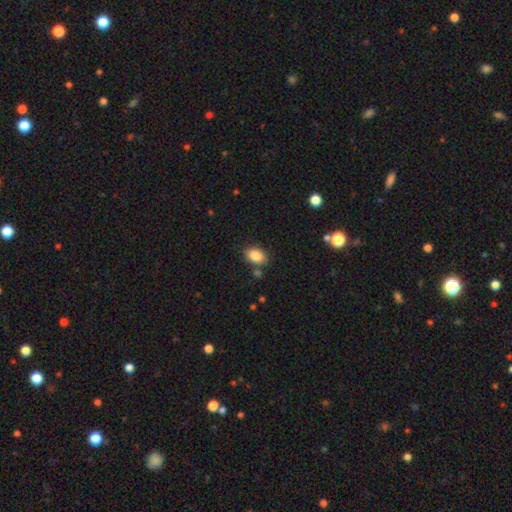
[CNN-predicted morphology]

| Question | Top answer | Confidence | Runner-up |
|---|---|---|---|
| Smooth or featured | smooth | 86% | star or artifact (8%) |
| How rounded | in between | 83% | round (15%) |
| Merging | none | 79% | minor disturbance (12%) |